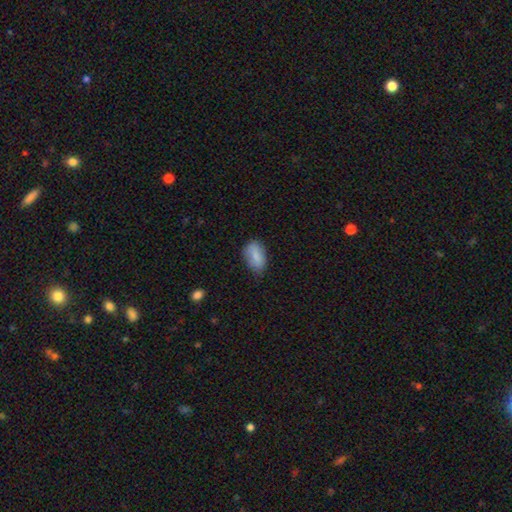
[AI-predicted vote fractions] Smooth or featured?
  - smooth: 83% *
  - featured or disk: 10%
  - star or artifact: 7%
How rounded?
  - in between: 91% *
  - round: 6%
  - cigar-shaped: 3%
Merging?
  - none: 65% *
  - minor disturbance: 28%
  - major disturbance: 6%
  - merger: 2%